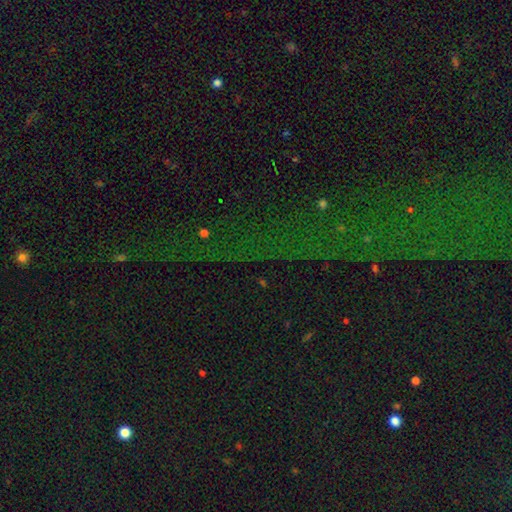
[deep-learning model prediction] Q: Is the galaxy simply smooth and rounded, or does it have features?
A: star or artifact — 79%.